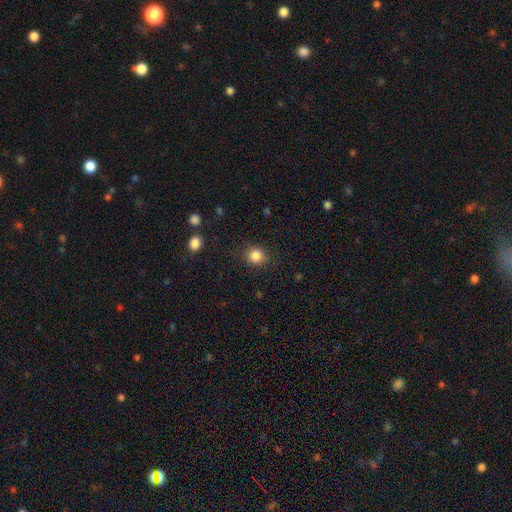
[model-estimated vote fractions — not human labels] Smooth or featured? Predicted: smooth (p=0.85). How rounded? Predicted: round (p=0.86). Merging? Predicted: none (p=0.88).